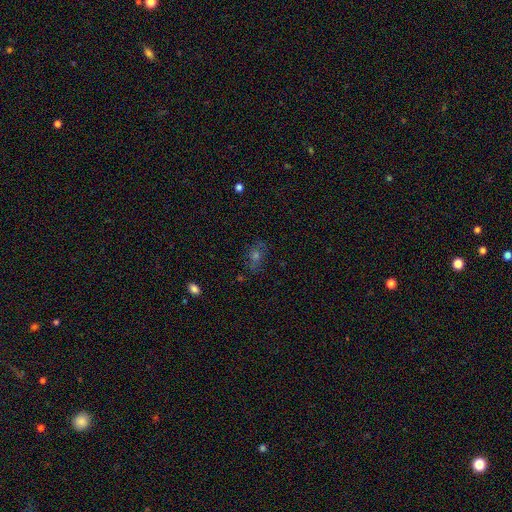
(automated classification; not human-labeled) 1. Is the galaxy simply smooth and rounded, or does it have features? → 43% smooth, 30% star or artifact, 27% featured or disk.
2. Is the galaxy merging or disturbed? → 75% none, 16% minor disturbance, 6% major disturbance, 3% merger.